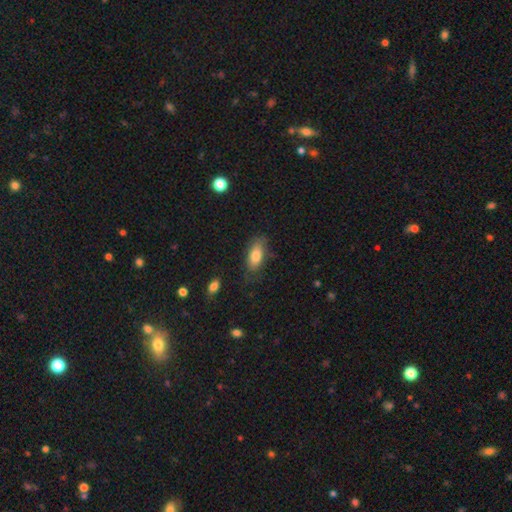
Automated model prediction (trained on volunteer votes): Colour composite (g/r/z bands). It shows a smooth galaxy with no disk features (77%) that is in between round and cigar-shaped (88%). Merging: none (65%).